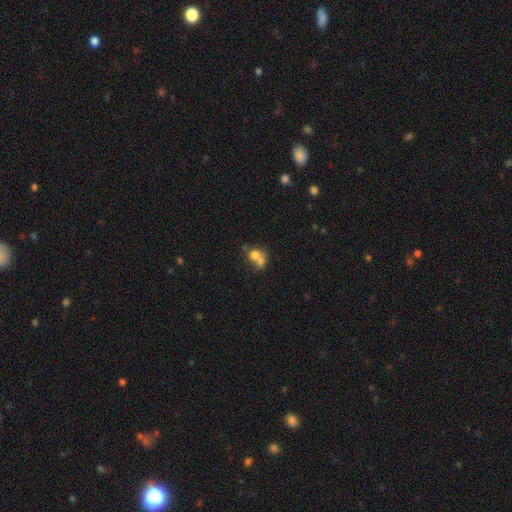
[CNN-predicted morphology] smooth 68%, featured or disk 21%, star or artifact 11%. Down the decision tree: how rounded — round (62%); merging — merger (66%).